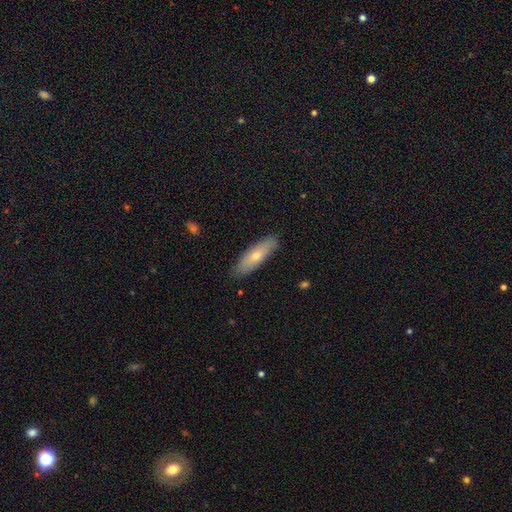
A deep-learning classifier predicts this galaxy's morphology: Smooth or featured? smooth (59%)
How rounded? cigar-shaped (57%)
Merging? none (87%)